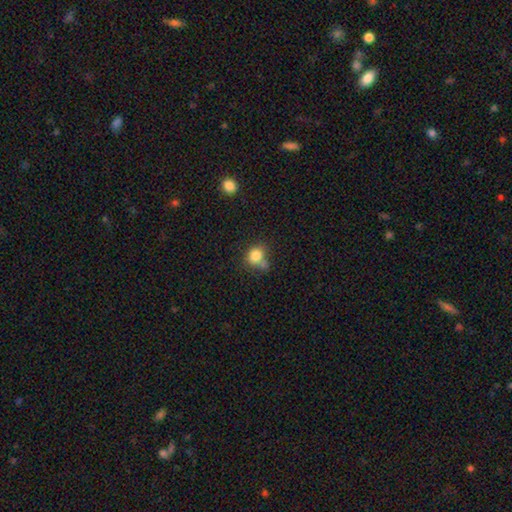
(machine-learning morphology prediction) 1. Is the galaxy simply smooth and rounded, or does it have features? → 81% smooth, 11% star or artifact, 8% featured or disk.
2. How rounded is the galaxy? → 70% round, 29% in between, 1% cigar-shaped.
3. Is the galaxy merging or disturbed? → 47% none, 22% minor disturbance, 21% merger, 9% major disturbance.